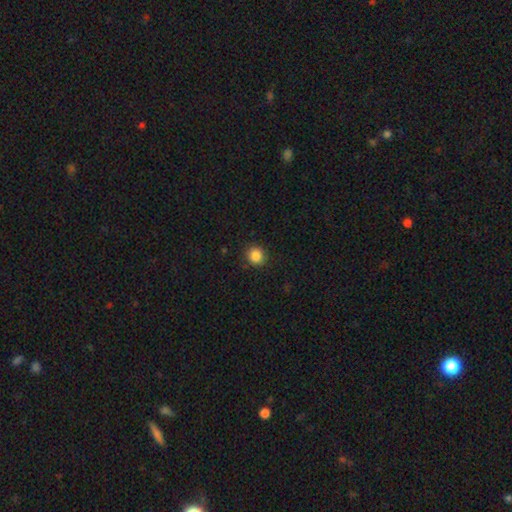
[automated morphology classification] smooth_or_featured: smooth (p=0.86) [alt: star or artifact p=0.10]
how_rounded: round (p=0.86) [alt: in between p=0.13]
merging: none (p=0.89) [alt: minor disturbance p=0.08]